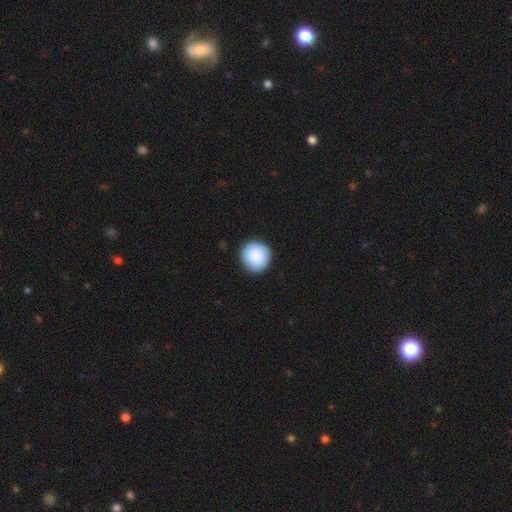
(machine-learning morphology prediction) smooth-or-featured: smooth: 88% | star or artifact: 6% | featured or disk: 6%
  how-rounded: round: 94% | in between: 5% | cigar-shaped: 1%
  merging: none: 90% | minor disturbance: 7% | major disturbance: 2% | merger: 1%